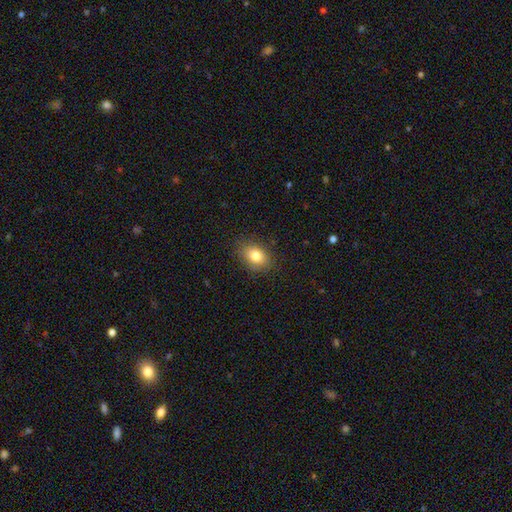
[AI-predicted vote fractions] Smooth or featured? smooth (81%)
How rounded? in between (73%)
Merging? none (84%)